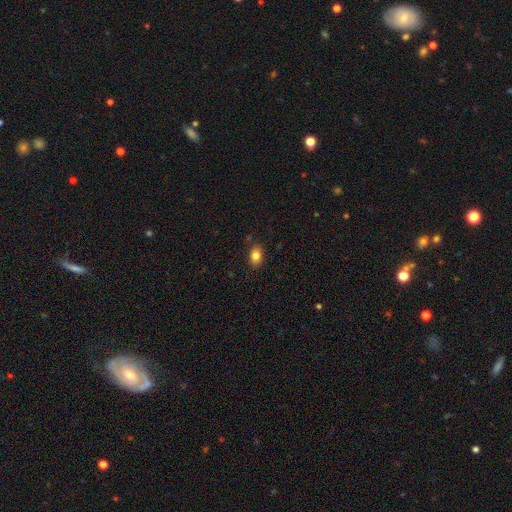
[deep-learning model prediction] Smooth or featured?
  - smooth: 83% *
  - star or artifact: 9%
  - featured or disk: 7%
How rounded?
  - in between: 82% *
  - round: 16%
  - cigar-shaped: 2%
Merging?
  - none: 85% *
  - minor disturbance: 11%
  - major disturbance: 2%
  - merger: 2%